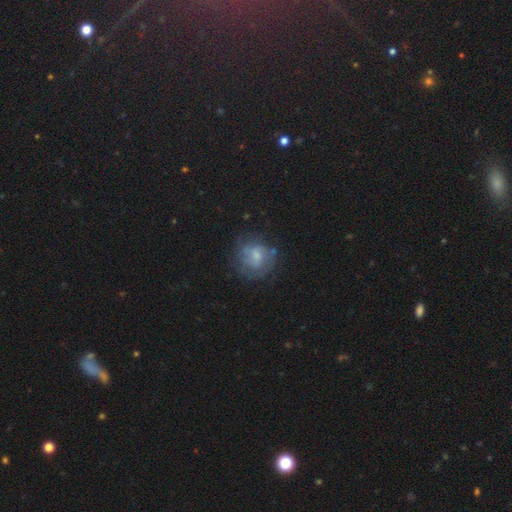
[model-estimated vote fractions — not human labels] Q: Smooth or featured?
A: smooth (47%); runner-up: featured or disk (44%)
Q: Merging?
A: none (63%); runner-up: minor disturbance (21%)